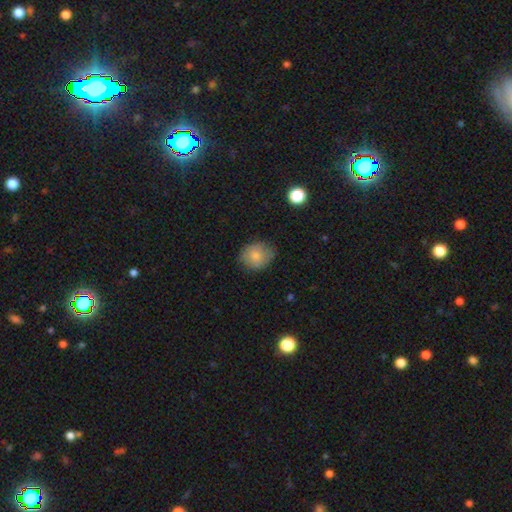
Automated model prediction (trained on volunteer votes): A smooth galaxy with no disk features (79%) that is round (59%).

Vote fractions:
- Smooth or featured? smooth: 79% / featured or disk: 13% / star or artifact: 8%
- How rounded? round: 59% / in between: 40% / cigar-shaped: 1%
- Merging? none: 73% / minor disturbance: 21% / major disturbance: 5% / merger: 1%